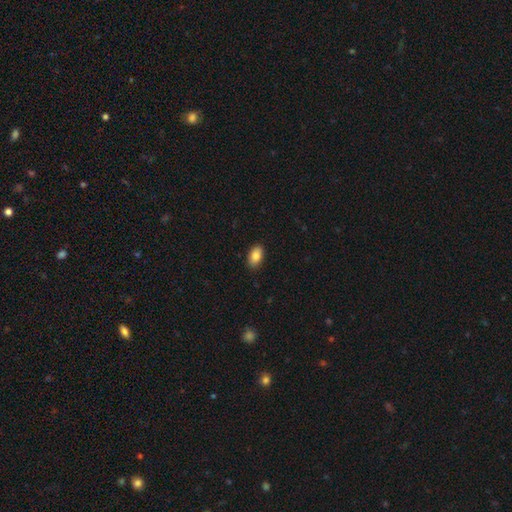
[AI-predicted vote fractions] This is clearly a smooth galaxy (86%). How rounded: clearly in between (93%). Merging: clearly none (88%).